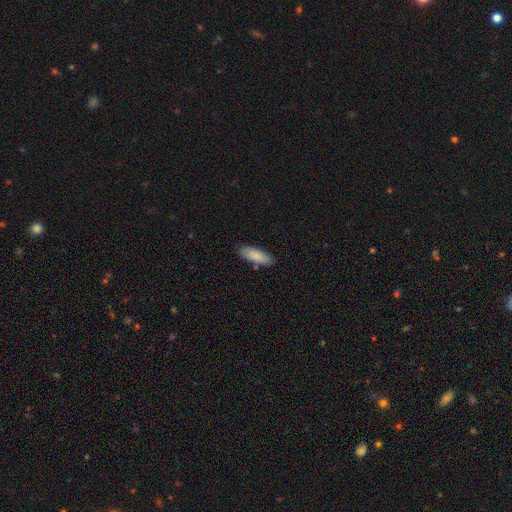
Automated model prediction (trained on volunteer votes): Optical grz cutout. It shows a smooth galaxy with no disk features (86%) that is in between round and cigar-shaped (63%). Merging: none (85%).